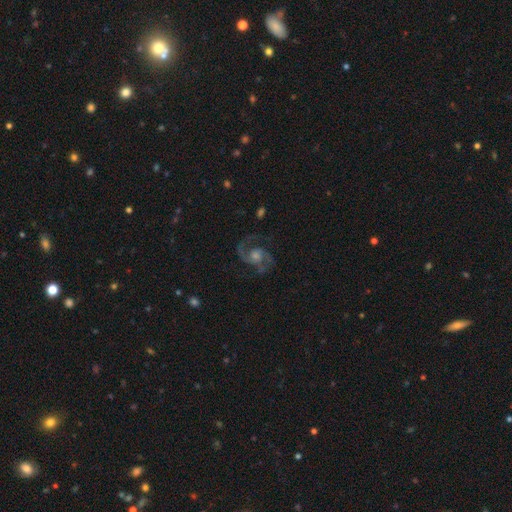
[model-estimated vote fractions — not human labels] Morphology: type=featured or disk (89%); edge-on=no (98%); bar=no (61%); spiral arms=yes (98%); winding=medium (62%); arm count=2 (88%); bulge=moderate (51%); merging=none (77%).